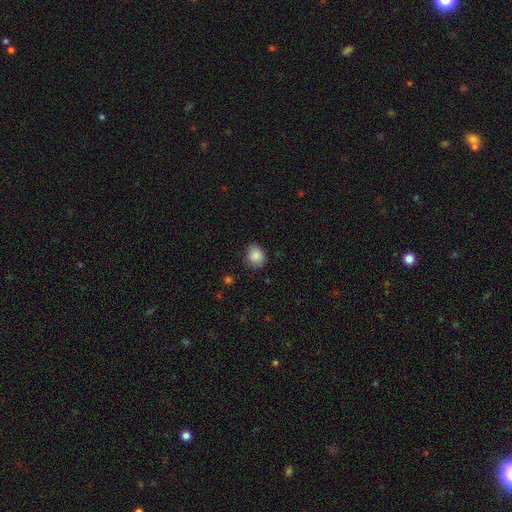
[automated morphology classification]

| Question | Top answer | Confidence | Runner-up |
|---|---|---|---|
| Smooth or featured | smooth | 87% | star or artifact (9%) |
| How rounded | round | 66% | in between (33%) |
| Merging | none | 79% | minor disturbance (17%) |